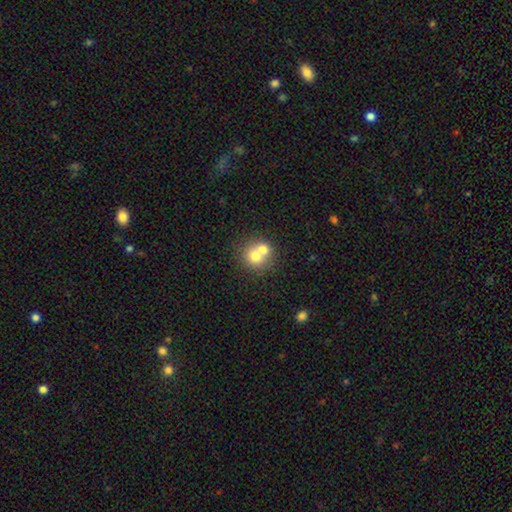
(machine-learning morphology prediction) Overall: smooth (69%). How rounded: round (83%). Merging: merger (58%; none 34%).